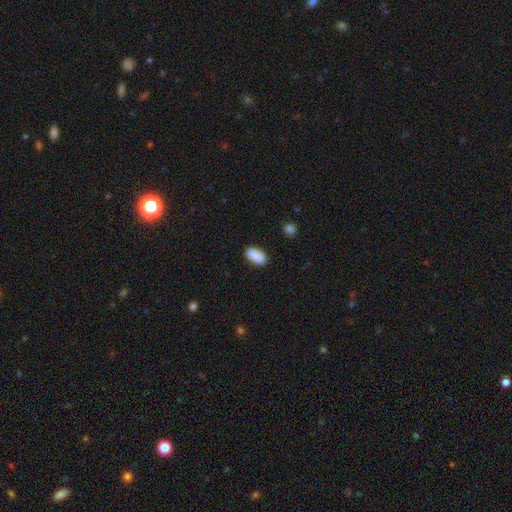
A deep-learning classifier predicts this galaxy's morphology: Overall: smooth (89%). How rounded: in between (93%). Merging: none (85%).